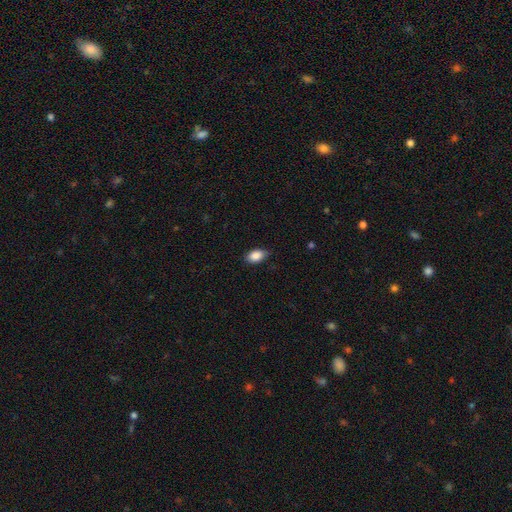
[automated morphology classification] Smooth or featured? smooth (88%)
How rounded? in between (90%)
Merging? none (78%)